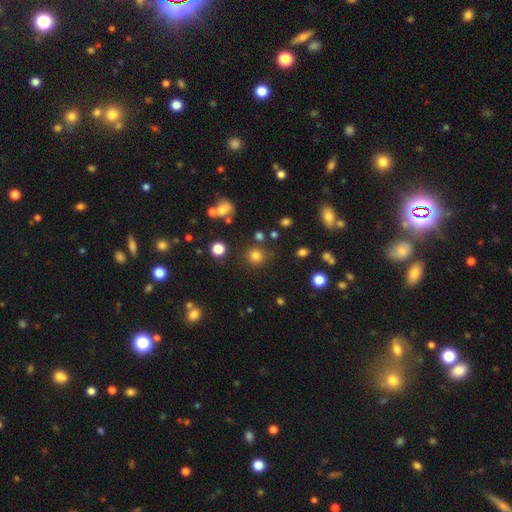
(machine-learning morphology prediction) Overall: smooth (79%). How rounded: round (91%). Merging: none (81%).